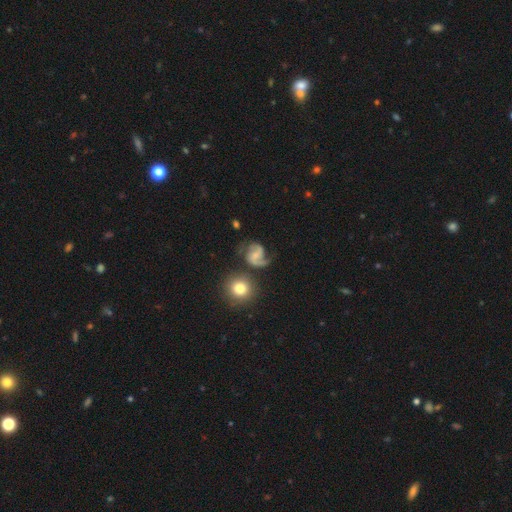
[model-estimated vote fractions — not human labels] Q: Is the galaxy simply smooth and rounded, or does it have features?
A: featured or disk — 79%.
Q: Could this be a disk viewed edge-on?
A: no — 98%.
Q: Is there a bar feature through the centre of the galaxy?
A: no — 44%.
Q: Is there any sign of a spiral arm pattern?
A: yes — 95%.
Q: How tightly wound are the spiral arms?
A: medium — 49%.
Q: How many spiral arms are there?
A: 2 — 80%.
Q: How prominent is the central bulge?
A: small — 46%.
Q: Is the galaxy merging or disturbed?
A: none — 56%.